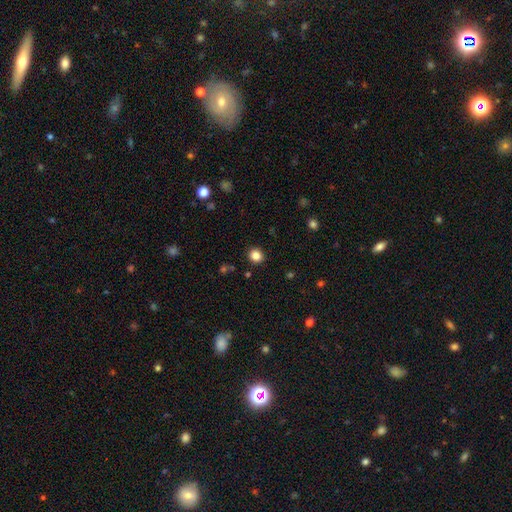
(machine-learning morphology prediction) smooth_or_featured: smooth (p=0.84) [alt: star or artifact p=0.12]
how_rounded: round (p=0.83) [alt: in between p=0.16]
merging: none (p=0.91) [alt: minor disturbance p=0.06]